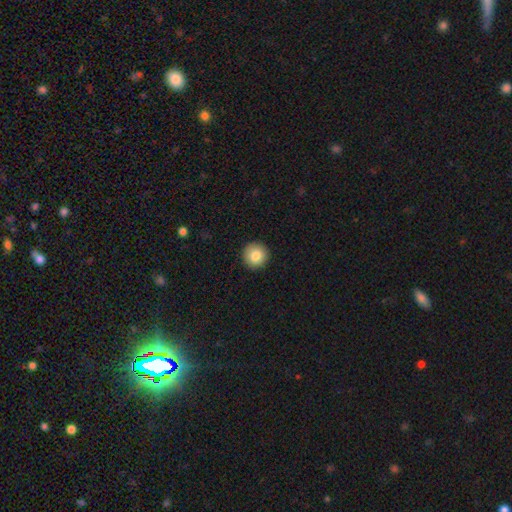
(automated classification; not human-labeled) smooth 83%, star or artifact 8%, featured or disk 8%. Down the decision tree: how rounded — round (95%); merging — none (93%).